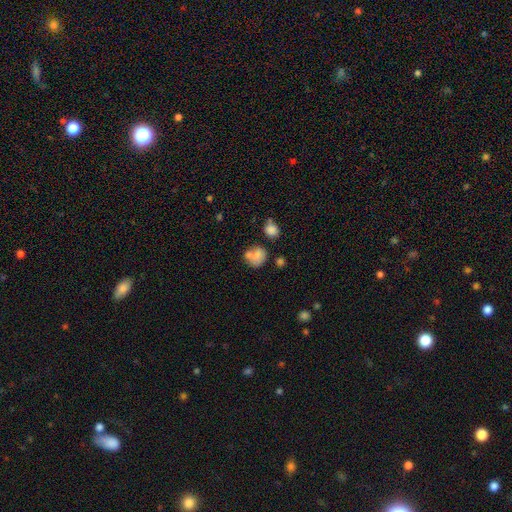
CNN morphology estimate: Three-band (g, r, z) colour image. It shows a smooth galaxy with no disk features (74%) that is round (65%). Merging: none (39%).